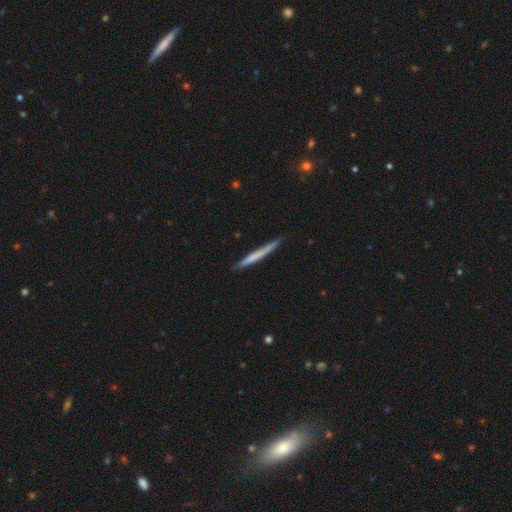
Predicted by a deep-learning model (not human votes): A smooth galaxy with no disk features (61%) that is cigar-shaped (97%).

Vote fractions:
- Smooth or featured? smooth: 61% / featured or disk: 34% / star or artifact: 5%
- How rounded? cigar-shaped: 97% / in between: 2% / round: 1%
- Merging? none: 87% / minor disturbance: 10% / major disturbance: 2% / merger: 1%